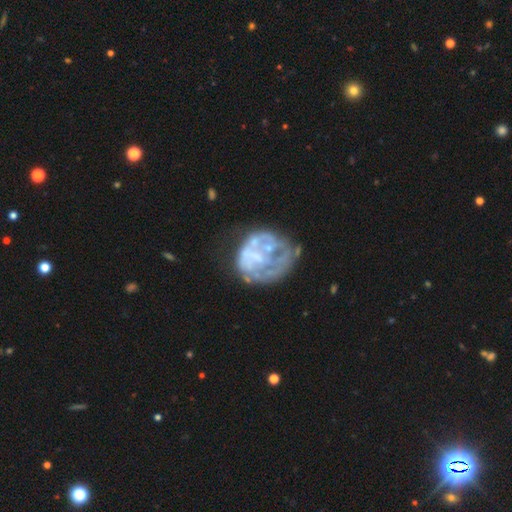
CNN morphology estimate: This is likely a featured or disk galaxy (68%). It is clearly not viewed edge-on (98%). Bar: clearly no (80%). Spiral arm pattern: likely no (74%). Central bulge: possibly none (55%). Merging: marginally none (40%).